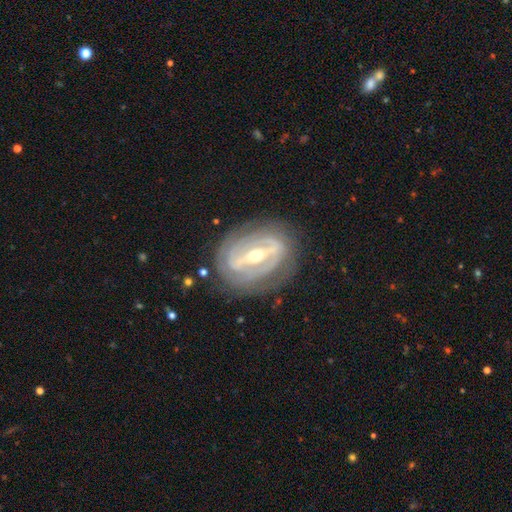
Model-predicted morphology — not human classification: Q: Smooth or featured?
A: featured or disk (87%); runner-up: smooth (8%)
Q: Edge-on disk?
A: no (92%); runner-up: yes (8%)
Q: Bar?
A: strong (74%); runner-up: weak (19%)
Q: Spiral arms?
A: yes (81%); runner-up: no (19%)
Q: Spiral winding?
A: tight (70%); runner-up: medium (22%)
Q: Spiral arm count?
A: 2 (43%); runner-up: can't tell (31%)
Q: Bulge size?
A: moderate (61%); runner-up: small (34%)
Q: Merging?
A: none (77%); runner-up: minor disturbance (15%)